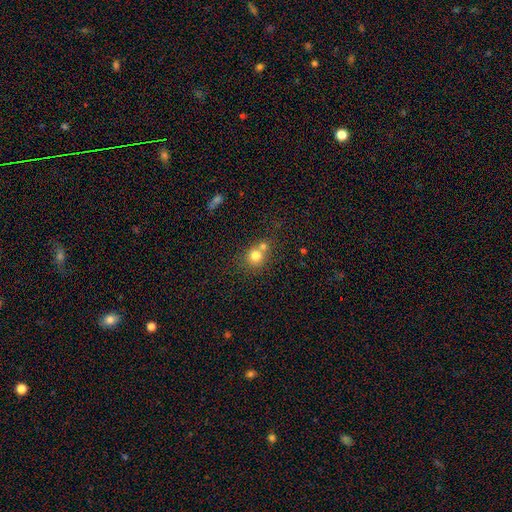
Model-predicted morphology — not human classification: smooth-or-featured: smooth: 76% | featured or disk: 12% | star or artifact: 12%
  how-rounded: round: 84% | in between: 15% | cigar-shaped: 1%
  merging: merger: 47% | none: 42% | minor disturbance: 8% | major disturbance: 3%